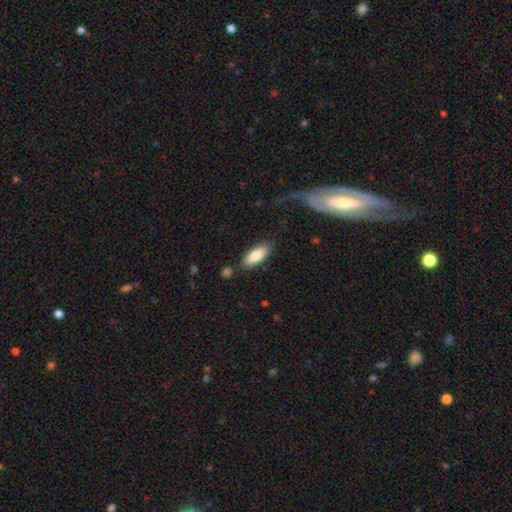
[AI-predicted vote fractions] A smooth galaxy with no disk features (81%) that is in between round and cigar-shaped (75%).

Vote fractions:
- Smooth or featured? smooth: 81% / featured or disk: 13% / star or artifact: 6%
- How rounded? in between: 75% / cigar-shaped: 23% / round: 2%
- Merging? none: 82% / minor disturbance: 12% / merger: 3% / major disturbance: 3%